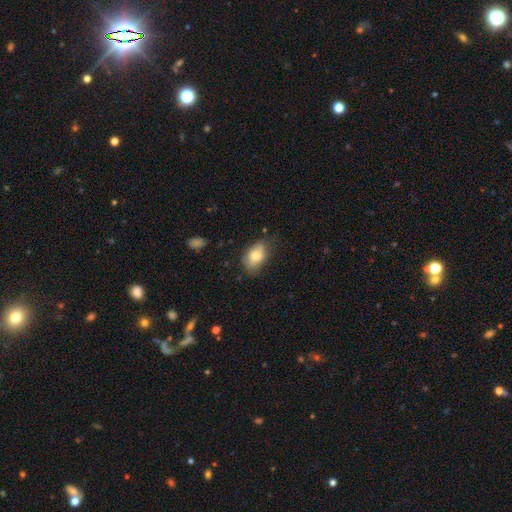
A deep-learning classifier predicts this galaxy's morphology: Smooth or featured?
  - smooth: 78% *
  - featured or disk: 15%
  - star or artifact: 7%
How rounded?
  - in between: 88% *
  - round: 10%
  - cigar-shaped: 2%
Merging?
  - none: 67% *
  - minor disturbance: 25%
  - major disturbance: 6%
  - merger: 2%